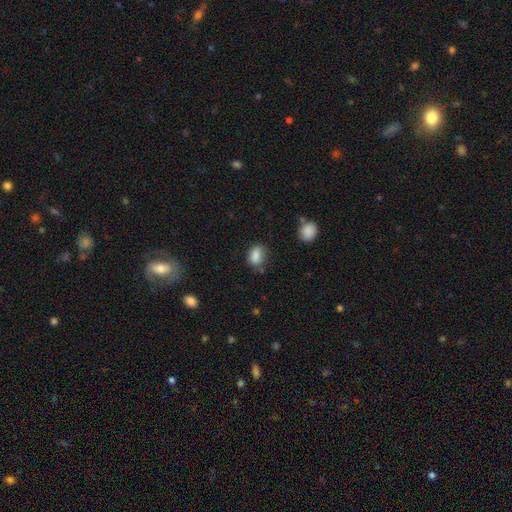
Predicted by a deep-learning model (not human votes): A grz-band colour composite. It shows a smooth galaxy with no disk features (84%) that is in between round and cigar-shaped (74%). Merging: none (66%).